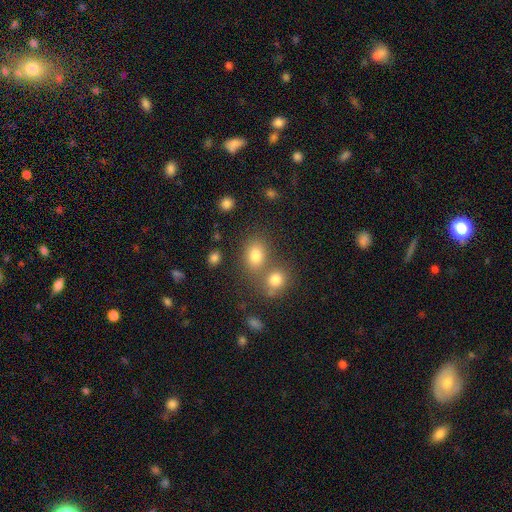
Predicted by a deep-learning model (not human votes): This is likely a smooth galaxy (78%). How rounded: possibly in between (60%). Merging: possibly none (54%).